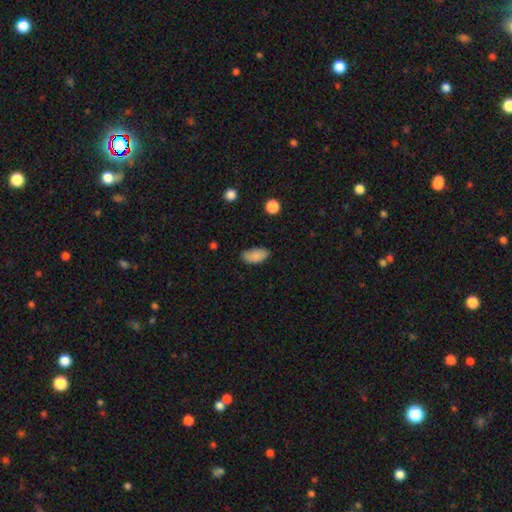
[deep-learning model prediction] Smooth or featured? smooth (87%)
How rounded? in between (93%)
Merging? none (79%)